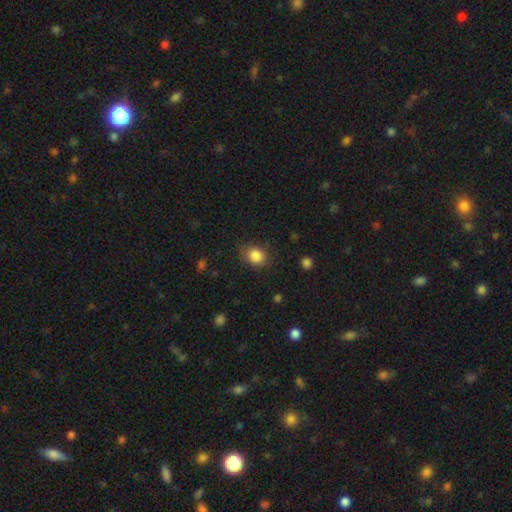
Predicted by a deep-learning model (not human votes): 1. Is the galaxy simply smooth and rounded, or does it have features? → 86% smooth, 9% star or artifact, 5% featured or disk.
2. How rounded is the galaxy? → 56% round, 43% in between, 1% cigar-shaped.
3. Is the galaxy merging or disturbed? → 78% none, 16% minor disturbance, 5% major disturbance, 1% merger.